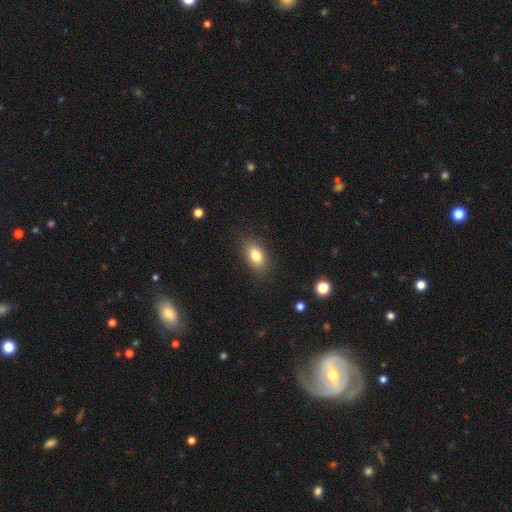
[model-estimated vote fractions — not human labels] The model was most divided on "smooth or featured": smooth: 81%, featured or disk: 10%, star or artifact: 9%. More confident: how rounded — in between (87%); merging — none (83%).